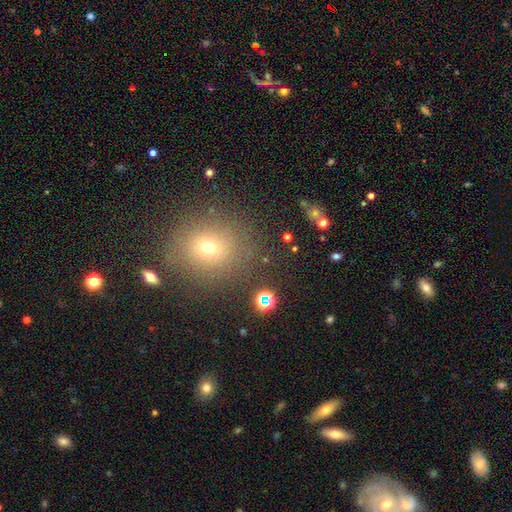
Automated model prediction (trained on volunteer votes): Smooth or featured: smooth — 56% (star or artifact — 32%)
How rounded: round — 79% (in between — 19%)
Merging: none — 86% (minor disturbance — 8%)